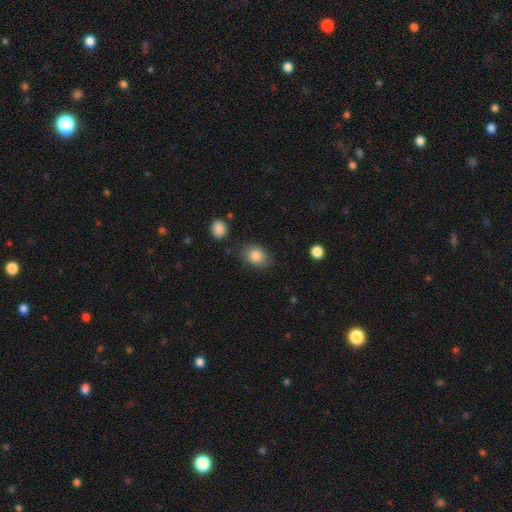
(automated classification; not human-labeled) smooth_or_featured: smooth (p=0.85) [alt: star or artifact p=0.09]
how_rounded: in between (p=0.62) [alt: round p=0.37]
merging: none (p=0.77) [alt: minor disturbance p=0.17]